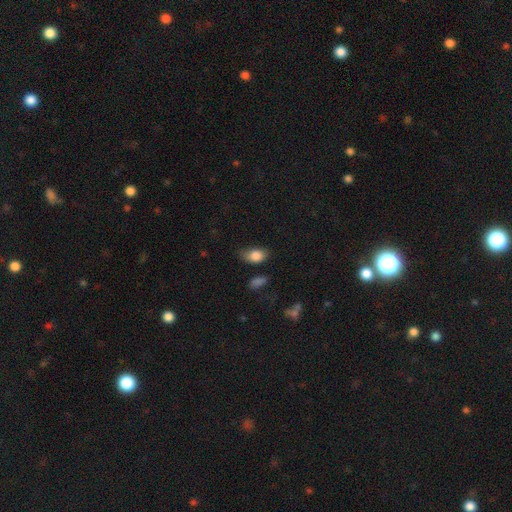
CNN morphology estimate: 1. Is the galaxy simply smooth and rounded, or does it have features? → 84% smooth, 8% star or artifact, 8% featured or disk.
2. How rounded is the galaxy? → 87% in between, 11% round, 2% cigar-shaped.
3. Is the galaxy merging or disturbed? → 55% none, 32% minor disturbance, 9% major disturbance, 3% merger.